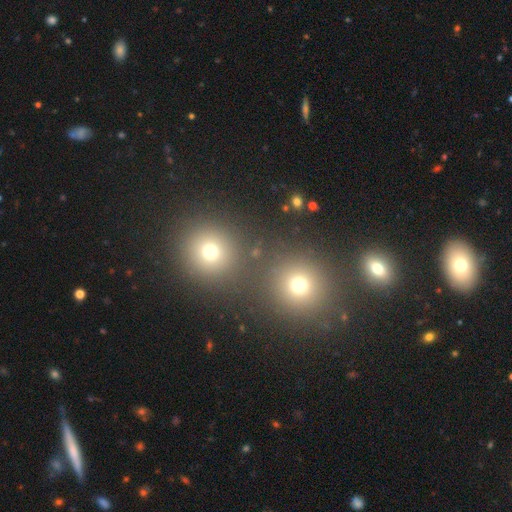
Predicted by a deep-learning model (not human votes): Smooth or featured?
  - smooth: 52% *
  - star or artifact: 39%
  - featured or disk: 10%
How rounded?
  - round: 90% *
  - in between: 9%
  - cigar-shaped: 1%
Merging?
  - none: 75% *
  - merger: 16%
  - minor disturbance: 7%
  - major disturbance: 3%